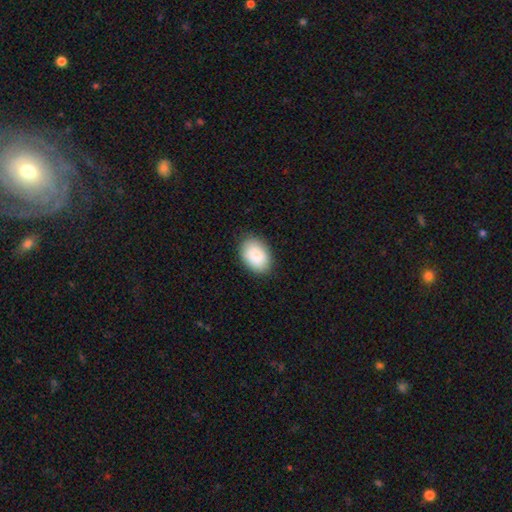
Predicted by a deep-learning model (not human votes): Smooth or featured? Predicted: smooth (p=0.88). How rounded? Predicted: in between (p=0.85). Merging? Predicted: none (p=0.82).